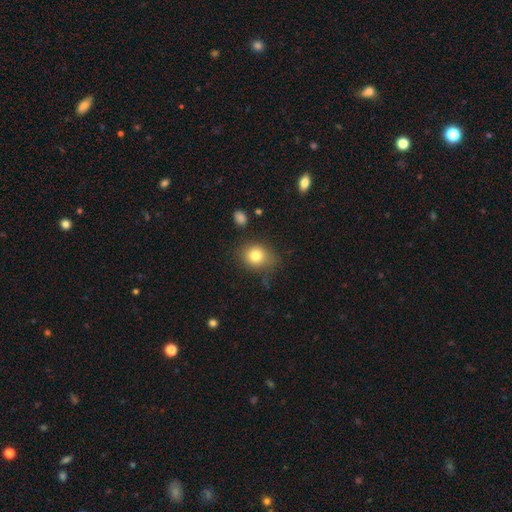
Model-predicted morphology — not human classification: smooth 79%, star or artifact 11%, featured or disk 10%. Down the decision tree: how rounded — round (65%); merging — none (71%).